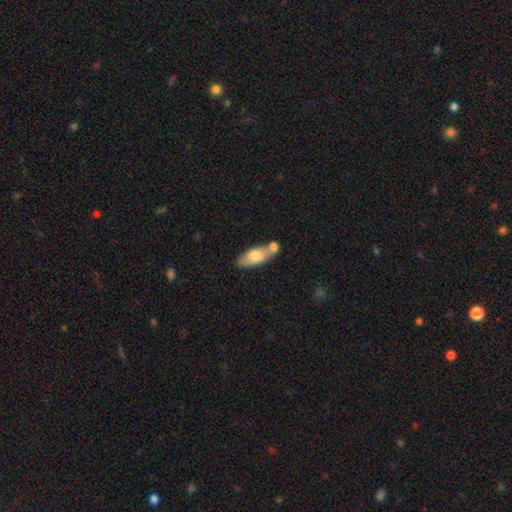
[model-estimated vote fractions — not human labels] A smooth galaxy with no disk features (71%) that is in between round and cigar-shaped (74%). Merging: none (46%).